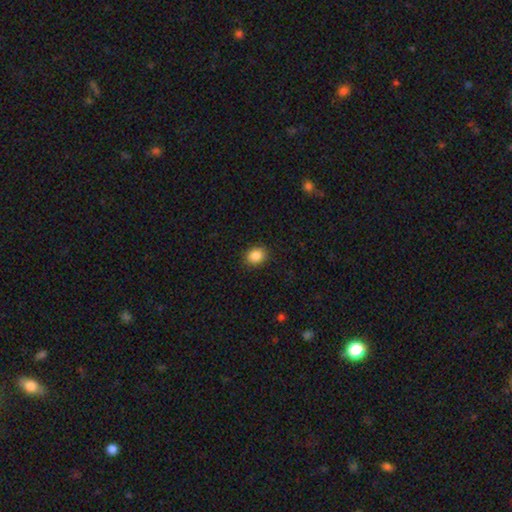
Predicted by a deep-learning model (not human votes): Smooth or featured? smooth (87%)
How rounded? round (59%)
Merging? none (89%)